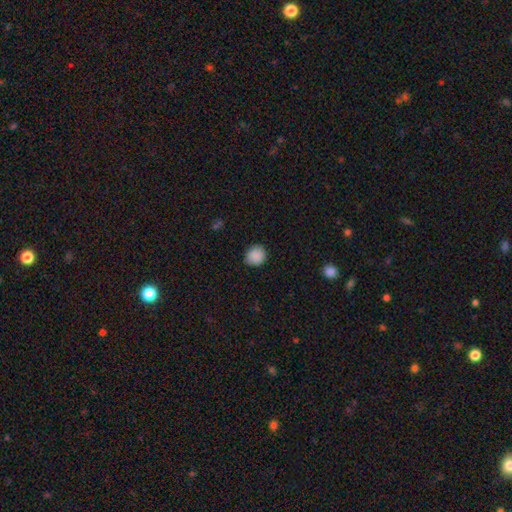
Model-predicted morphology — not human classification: Smooth or featured? smooth (89%)
How rounded? round (84%)
Merging? none (86%)